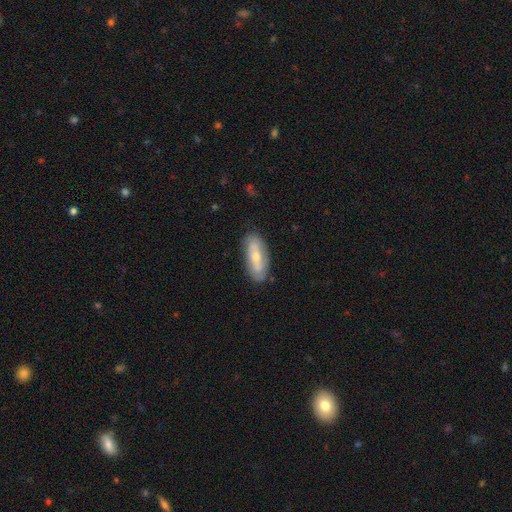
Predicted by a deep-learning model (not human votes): Overall: featured or disk (47%; smooth 46%). Merging: none (82%).